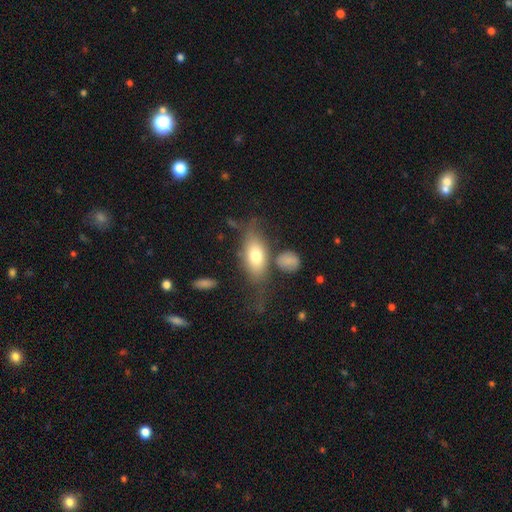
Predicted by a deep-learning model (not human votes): smooth 70%, featured or disk 23%, star or artifact 8%. Down the decision tree: how rounded — in between (84%); merging — none (49%).